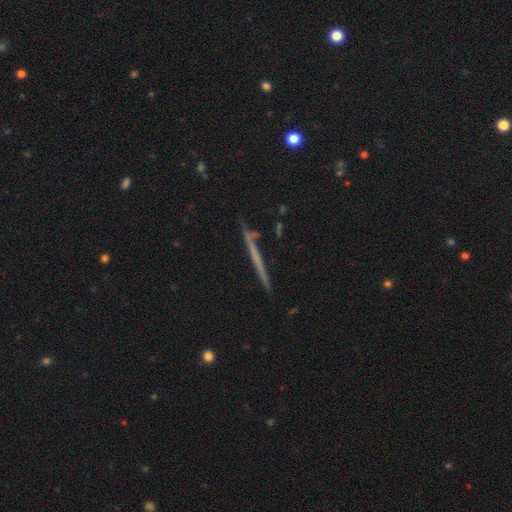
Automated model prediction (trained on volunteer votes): Q: Smooth or featured?
A: featured or disk (55%); runner-up: smooth (35%)
Q: Edge-on disk?
A: yes (96%); runner-up: no (4%)
Q: Edge-on bulge?
A: none (79%); runner-up: rounded (16%)
Q: Merging?
A: none (86%); runner-up: minor disturbance (9%)